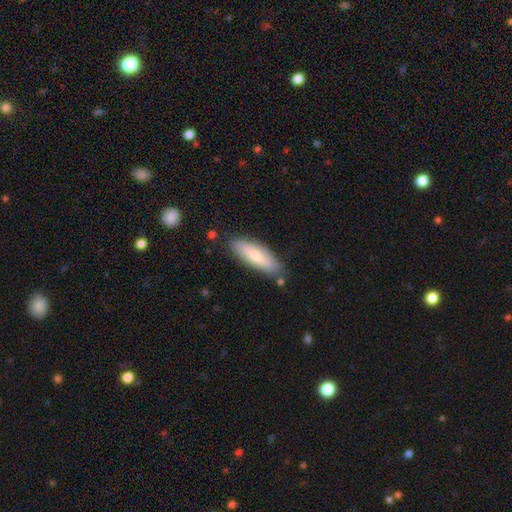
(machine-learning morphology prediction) Smooth or featured?
  - smooth: 67% *
  - featured or disk: 28%
  - star or artifact: 6%
How rounded?
  - in between: 49% * (tied)
  - cigar-shaped: 49% * (tied)
  - round: 2%
Merging?
  - none: 82% *
  - minor disturbance: 13%
  - merger: 3%
  - major disturbance: 2%